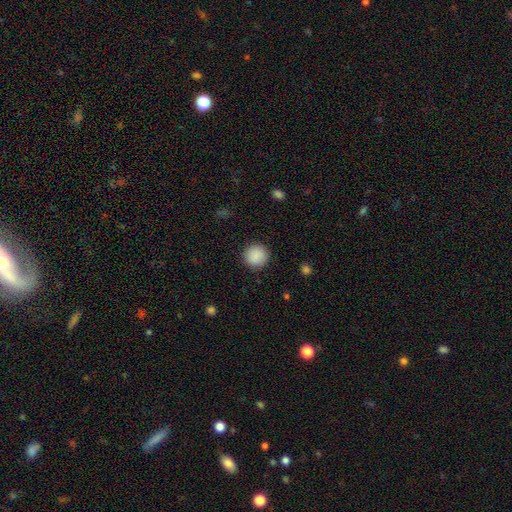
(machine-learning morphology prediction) This is clearly a smooth galaxy (89%). How rounded: clearly round (95%). Merging: clearly none (92%).